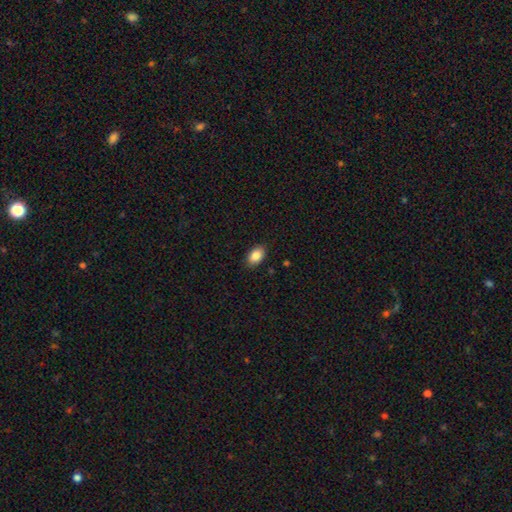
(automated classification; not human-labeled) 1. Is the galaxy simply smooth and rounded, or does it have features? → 88% smooth, 8% star or artifact, 5% featured or disk.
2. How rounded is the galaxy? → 88% in between, 10% round, 1% cigar-shaped.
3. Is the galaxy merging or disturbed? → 87% none, 9% minor disturbance, 2% major disturbance, 1% merger.